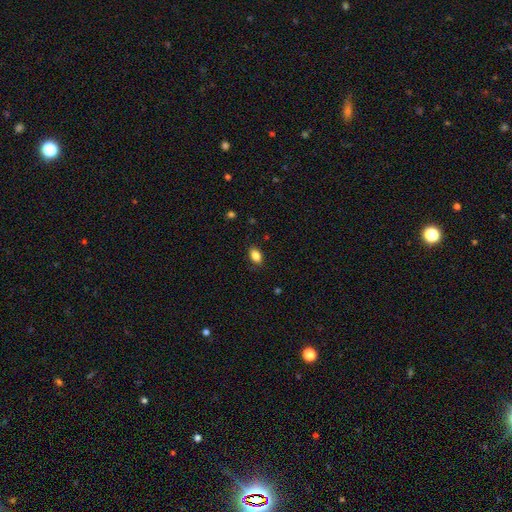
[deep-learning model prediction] This is clearly a smooth galaxy (86%). How rounded: clearly in between (86%). Merging: clearly none (86%).